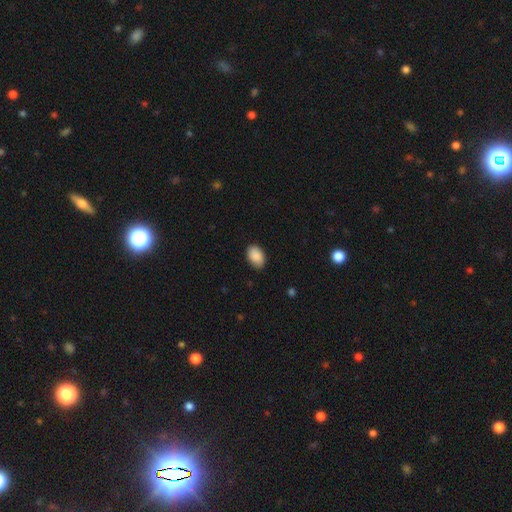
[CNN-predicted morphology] Overall: smooth (90%). How rounded: in between (89%). Merging: none (82%).